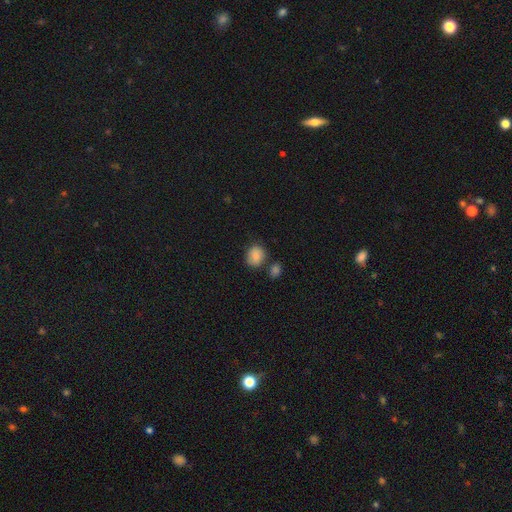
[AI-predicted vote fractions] A smooth galaxy with no disk features (83%) that is round (69%).

Vote fractions:
- Smooth or featured? smooth: 83% / star or artifact: 9% / featured or disk: 8%
- How rounded? round: 69% / in between: 30% / cigar-shaped: 1%
- Merging? none: 71% / minor disturbance: 14% / merger: 11% / major disturbance: 4%